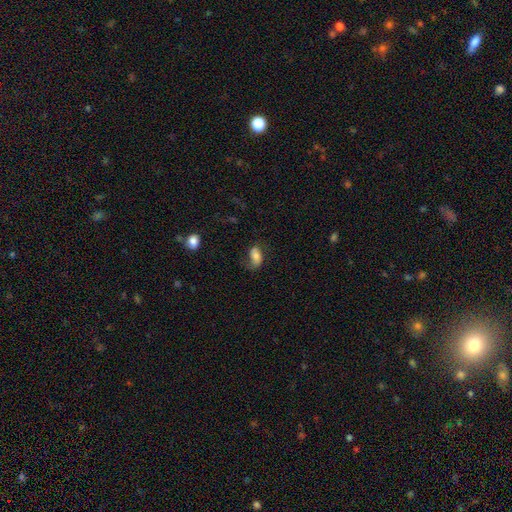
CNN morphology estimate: type=smooth (65%); roundness=in between (90%); merging=none (56%).